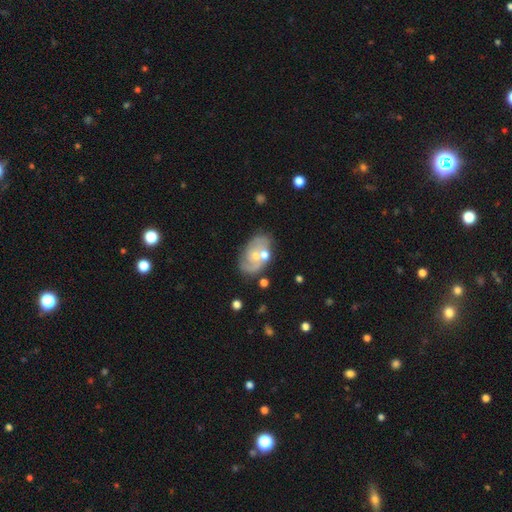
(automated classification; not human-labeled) Smooth or featured: featured or disk — 65% (smooth — 26%)
Edge-on disk: no — 96% (yes — 4%)
Bar: no — 70% (weak — 26%)
Spiral arms: yes — 73% (no — 27%)
Bulge size: small — 52% (moderate — 41%)
Merging: none — 58% (minor disturbance — 18%)